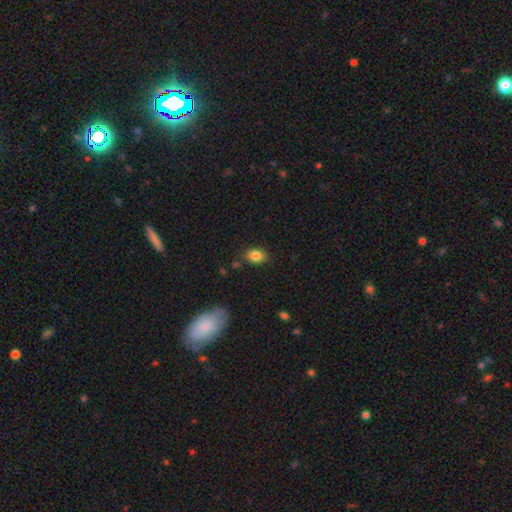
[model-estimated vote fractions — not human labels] Smooth or featured: smooth — 84% (star or artifact — 9%)
How rounded: in between — 72% (round — 27%)
Merging: none — 82% (minor disturbance — 13%)